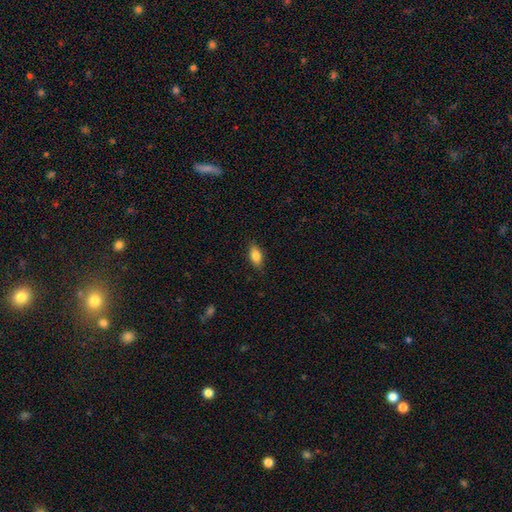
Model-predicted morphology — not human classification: Overall: smooth (80%). How rounded: in between (85%). Merging: none (84%).